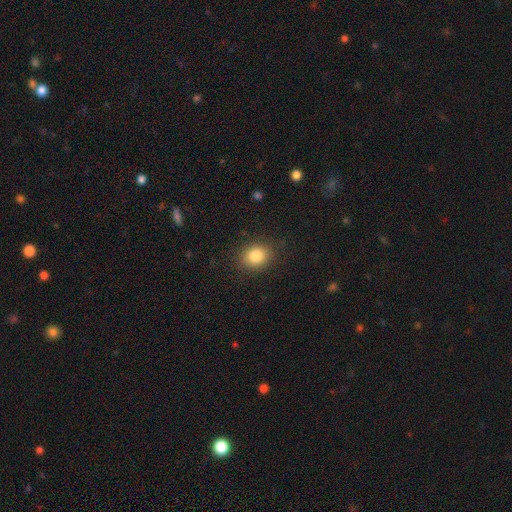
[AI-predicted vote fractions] This is clearly a smooth galaxy (84%). How rounded: possibly round (59%). Merging: clearly none (87%).